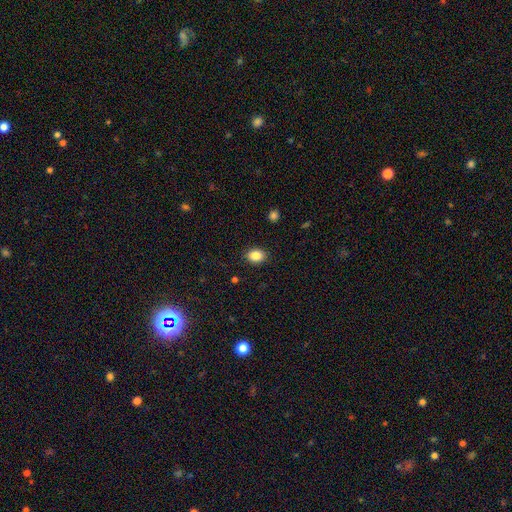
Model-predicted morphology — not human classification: Smooth or featured?
  - smooth: 86% *
  - star or artifact: 9%
  - featured or disk: 5%
How rounded?
  - in between: 61% *
  - round: 38%
  - cigar-shaped: 1%
Merging?
  - none: 89% *
  - minor disturbance: 8%
  - major disturbance: 2%
  - merger: 1%